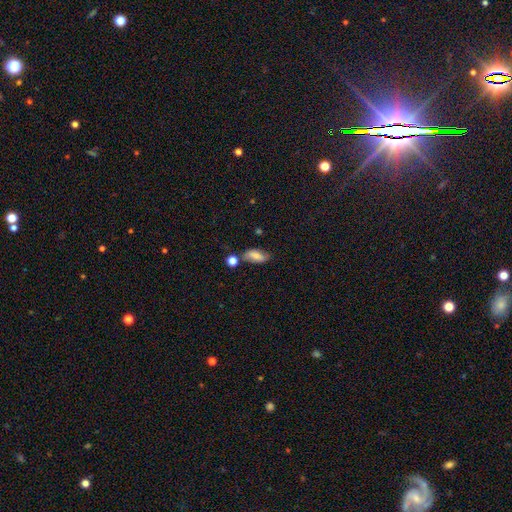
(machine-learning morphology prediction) A smooth galaxy with no disk features (72%) that is in between round and cigar-shaped (84%).

Vote fractions:
- Smooth or featured? smooth: 72% / featured or disk: 19% / star or artifact: 9%
- How rounded? in between: 84% / cigar-shaped: 11% / round: 5%
- Merging? none: 64% / minor disturbance: 20% / merger: 11% / major disturbance: 5%